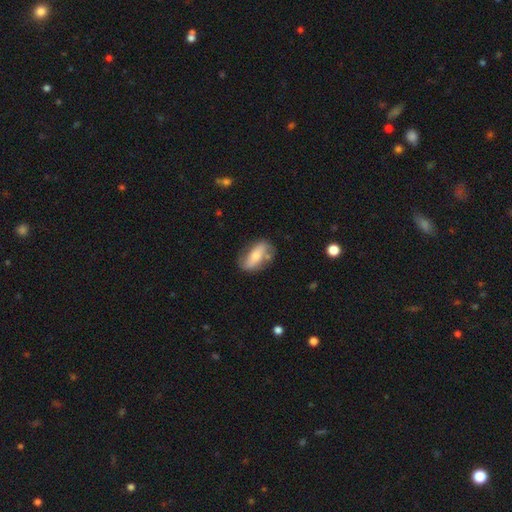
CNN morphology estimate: The model was most divided on "smooth or featured": featured or disk: 53%, smooth: 40%, star or artifact: 7%. More confident: edge-on disk — no (83%); merging — none (72%).